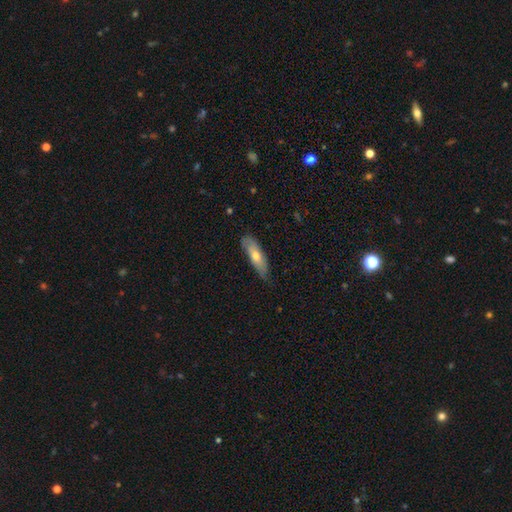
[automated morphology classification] Smooth or featured? smooth (58%)
How rounded? cigar-shaped (55%)
Merging? none (69%)